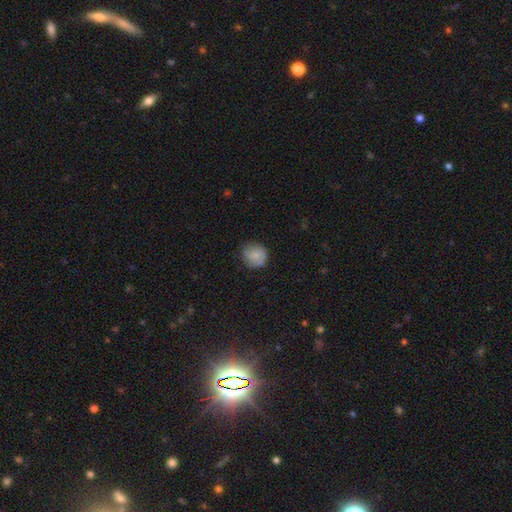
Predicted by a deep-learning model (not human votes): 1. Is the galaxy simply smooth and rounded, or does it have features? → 71% smooth, 21% featured or disk, 8% star or artifact.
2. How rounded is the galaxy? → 85% round, 14% in between, 1% cigar-shaped.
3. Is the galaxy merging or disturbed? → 73% none, 21% minor disturbance, 5% major disturbance, 1% merger.